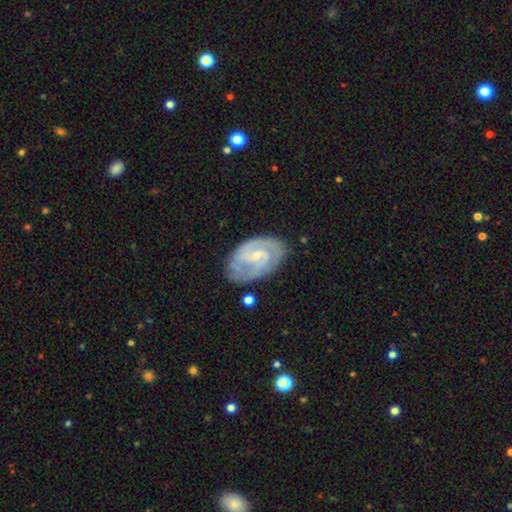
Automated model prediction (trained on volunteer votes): This is clearly a featured or disk galaxy (84%). It is clearly not viewed edge-on (97%). Bar: possibly weak (55%). Spiral arm pattern: clearly yes (96%). Spiral arm count: likely 2 (70%). Spiral winding: possibly tight (47%). Central bulge: likely small (70%). Merging: likely none (76%).